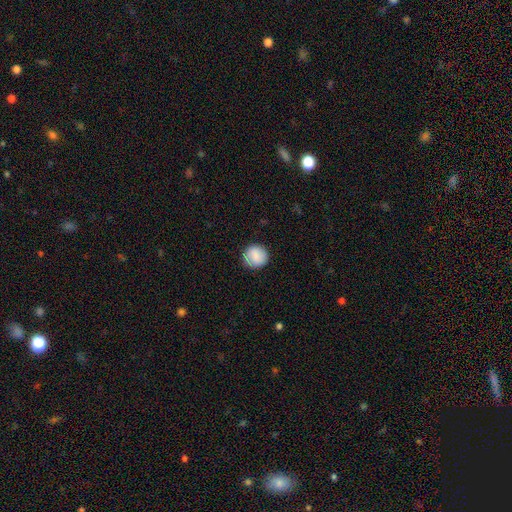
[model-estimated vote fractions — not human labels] Morphology: type=smooth (81%); roundness=round (92%); merging=none (86%).